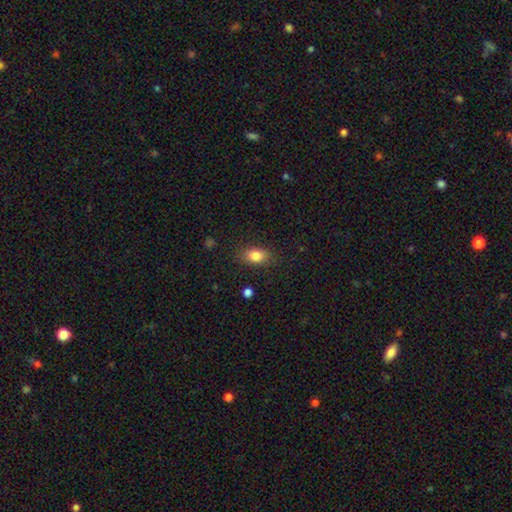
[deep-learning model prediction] Smooth or featured: smooth — 83% (star or artifact — 9%)
How rounded: in between — 81% (round — 16%)
Merging: none — 84% (minor disturbance — 11%)